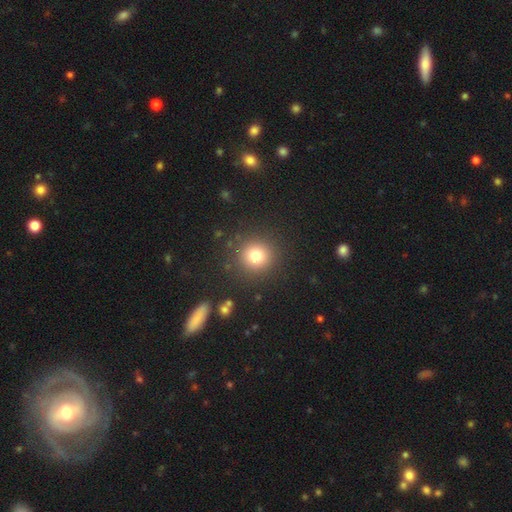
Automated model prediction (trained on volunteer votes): Overall: smooth (78%). How rounded: round (93%). Merging: none (88%).